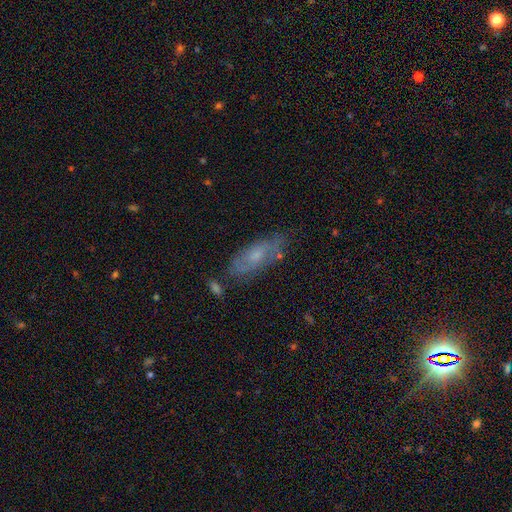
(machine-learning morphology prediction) The model was most divided on "smooth or featured": featured or disk: 49%, smooth: 42%, star or artifact: 10%. More confident: merging — none (68%).